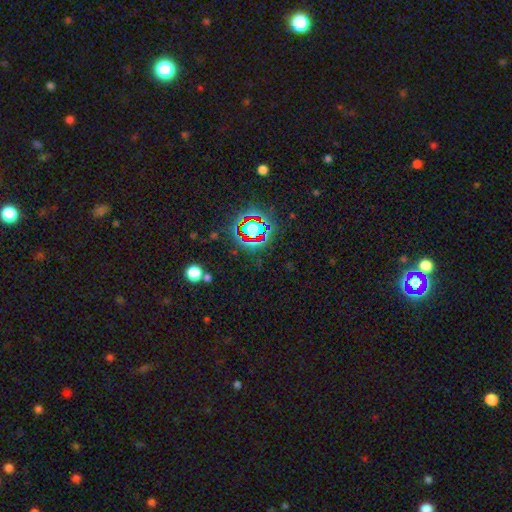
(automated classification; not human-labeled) smooth-or-featured: star or artifact: 79% | smooth: 13% | featured or disk: 8%